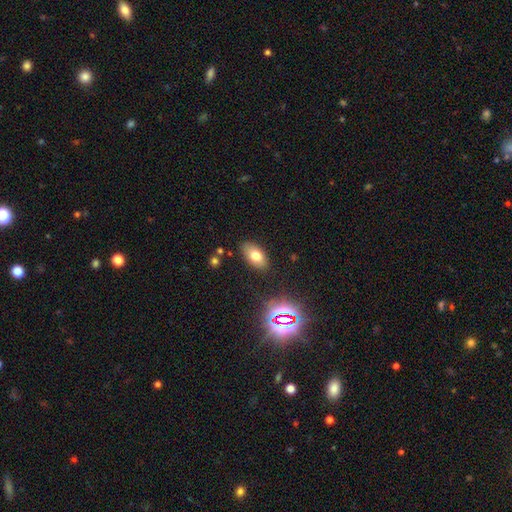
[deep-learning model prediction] smooth_or_featured: smooth (p=0.73) [alt: featured or disk p=0.14]
how_rounded: in between (p=0.90) [alt: round p=0.06]
merging: none (p=0.84) [alt: minor disturbance p=0.11]